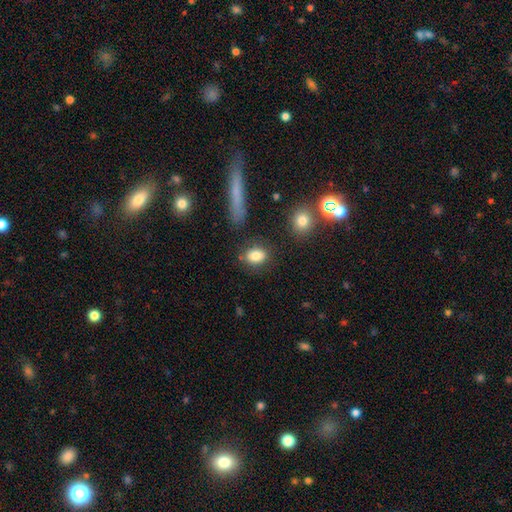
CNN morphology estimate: This appears to be a smooth galaxy with no disk features (83%) that is in between round and cigar-shaped (73%). Merging: none (78%).